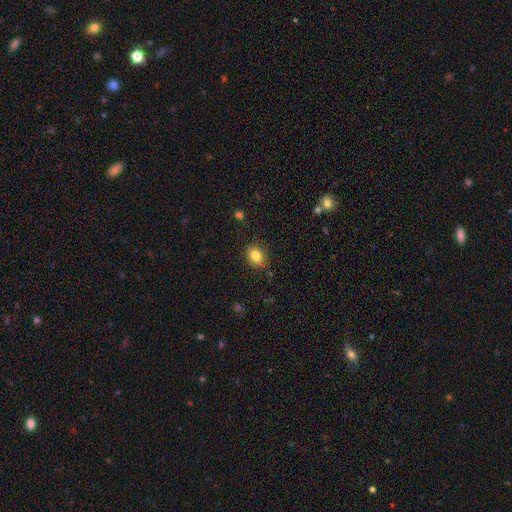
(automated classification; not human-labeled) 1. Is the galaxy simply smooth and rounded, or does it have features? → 84% smooth, 10% star or artifact, 6% featured or disk.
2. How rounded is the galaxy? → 52% round, 47% in between, 1% cigar-shaped.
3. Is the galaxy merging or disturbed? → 85% none, 11% minor disturbance, 3% major disturbance, 1% merger.